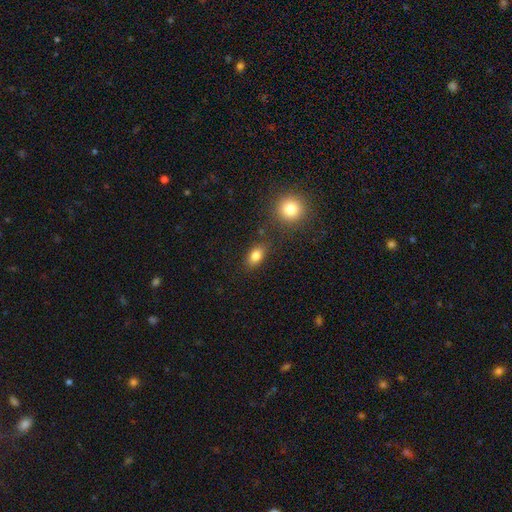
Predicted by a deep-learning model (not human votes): Smooth or featured? smooth (83%)
How rounded? in between (82%)
Merging? none (78%)